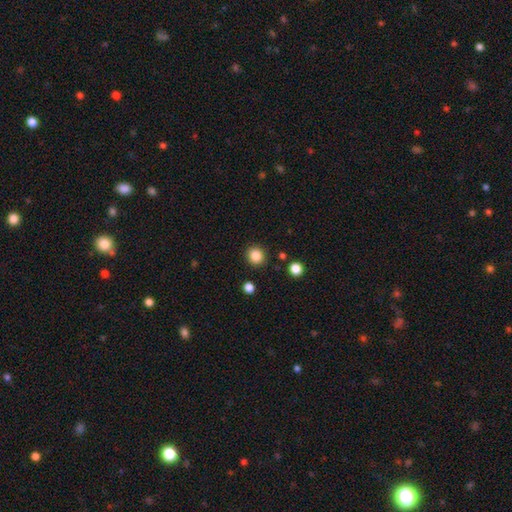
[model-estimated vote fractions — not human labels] Q: Smooth or featured?
A: smooth (85%); runner-up: star or artifact (11%)
Q: How rounded?
A: round (90%); runner-up: in between (9%)
Q: Merging?
A: none (90%); runner-up: minor disturbance (6%)